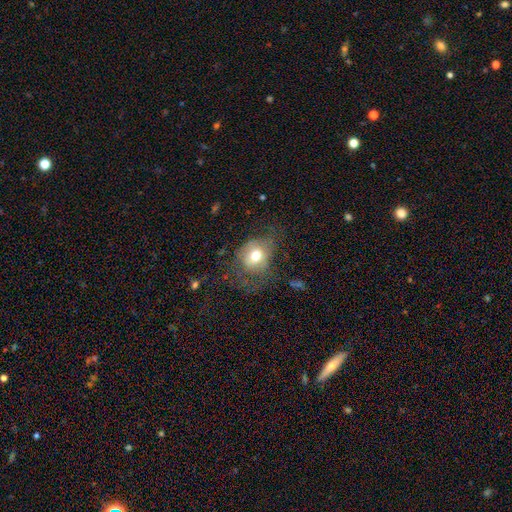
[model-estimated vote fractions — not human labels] Overall: smooth (66%). How rounded: round (59%; in between 40%). Merging: none (42%; major disturbance 31%).